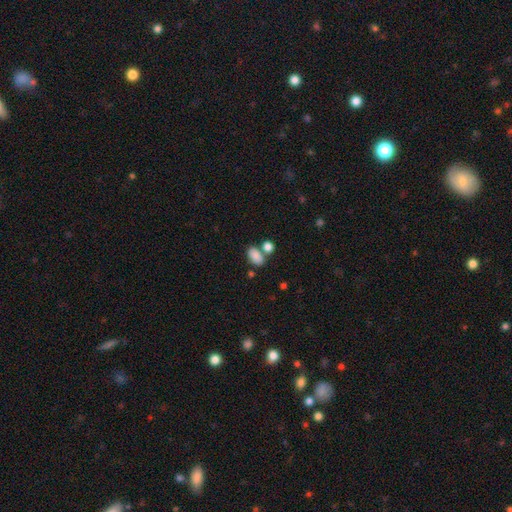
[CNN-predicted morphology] This is clearly a smooth galaxy (86%). How rounded: clearly in between (89%). Merging: possibly none (55%).